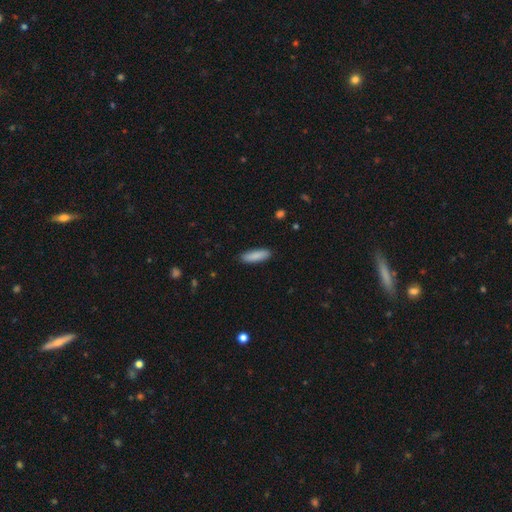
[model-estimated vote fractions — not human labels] Overall: smooth (89%). How rounded: cigar-shaped (52%; in between 46%). Merging: none (90%).